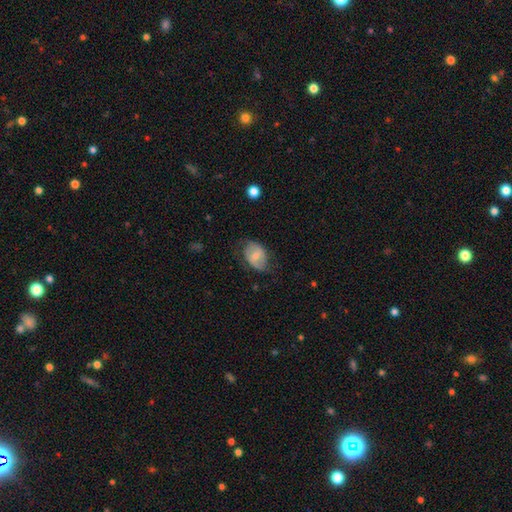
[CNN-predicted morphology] Smooth or featured? Predicted: smooth (p=0.53). How rounded? Predicted: in between (p=0.78). Merging? Predicted: none (p=0.62).